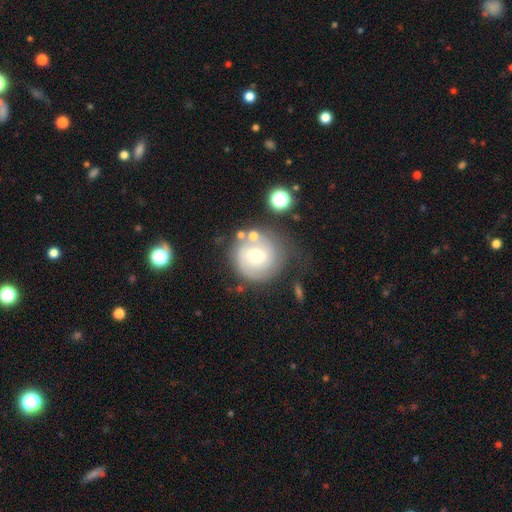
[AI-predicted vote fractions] featured or disk 47%, smooth 43%, star or artifact 9%. Down the decision tree: merging — none (61%).